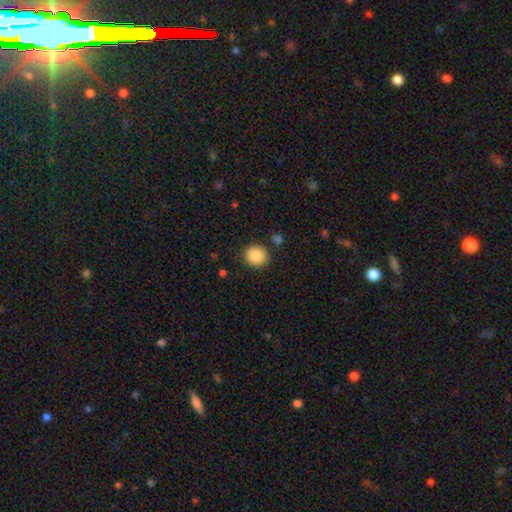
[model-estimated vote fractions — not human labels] Smooth or featured? Predicted: smooth (p=0.86). How rounded? Predicted: round (p=0.88). Merging? Predicted: none (p=0.88).